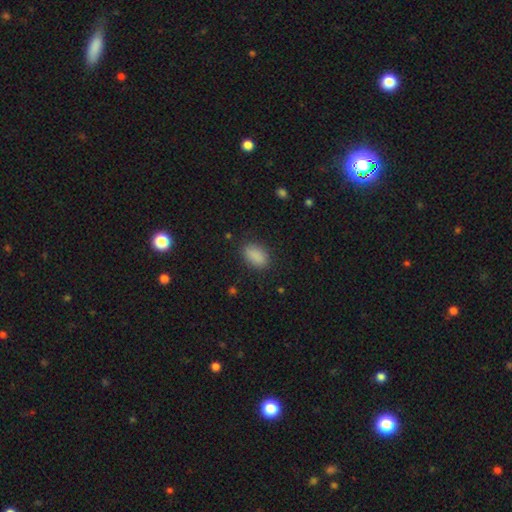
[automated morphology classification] Smooth or featured: smooth — 88% (star or artifact — 8%)
How rounded: in between — 89% (round — 9%)
Merging: none — 83% (minor disturbance — 12%)